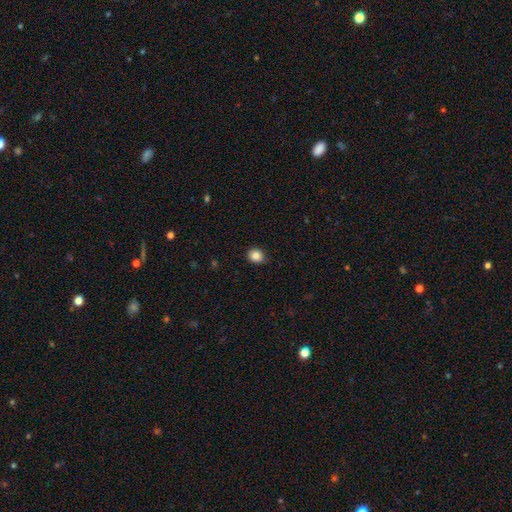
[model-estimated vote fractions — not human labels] Morphology: type=smooth (86%); roundness=round (78%); merging=none (87%).